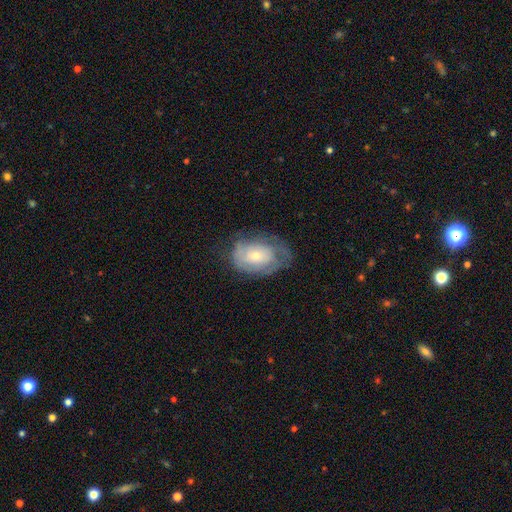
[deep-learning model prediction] A featured or disk galaxy (52%).

Vote fractions:
- Smooth or featured? featured or disk: 52% / smooth: 41% / star or artifact: 7%
- Edge-on disk? no: 95% / yes: 5%
- Merging? none: 52% / minor disturbance: 29% / major disturbance: 18% / merger: 1%